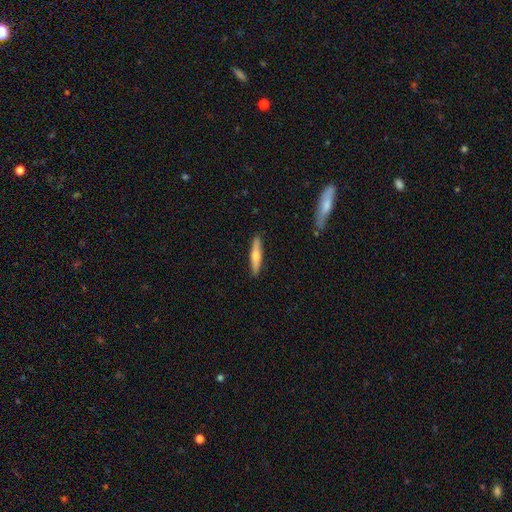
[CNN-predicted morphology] type=smooth (50%); roundness=cigar-shaped (88%); merging=none (90%).